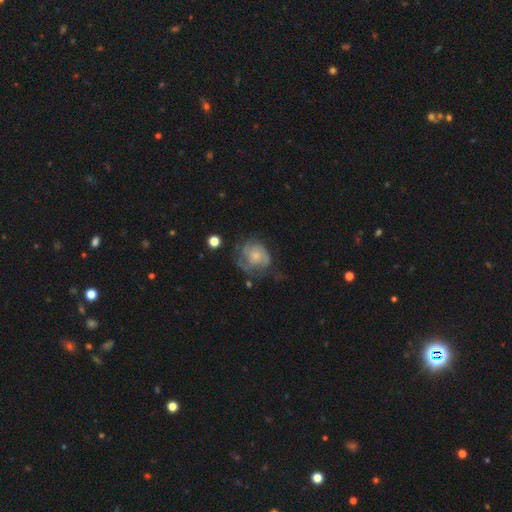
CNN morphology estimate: A featured or disk galaxy (67%) with no bar (80%), tight (53%) spiral arms (80%) and a small central bulge (59%). Merging: none (47%).